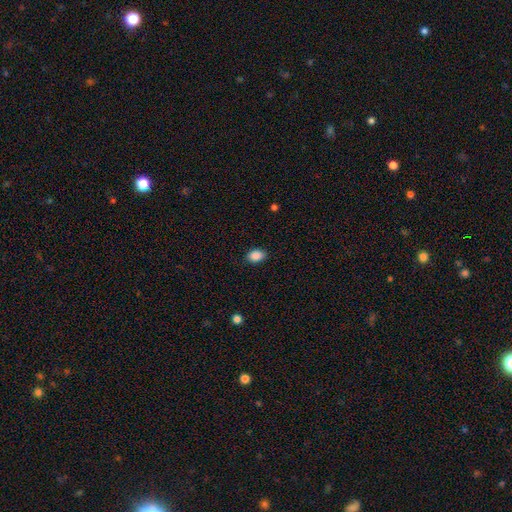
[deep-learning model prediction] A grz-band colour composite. It shows a smooth galaxy with no disk features (88%) that is in between round and cigar-shaped (76%). Merging: none (86%).